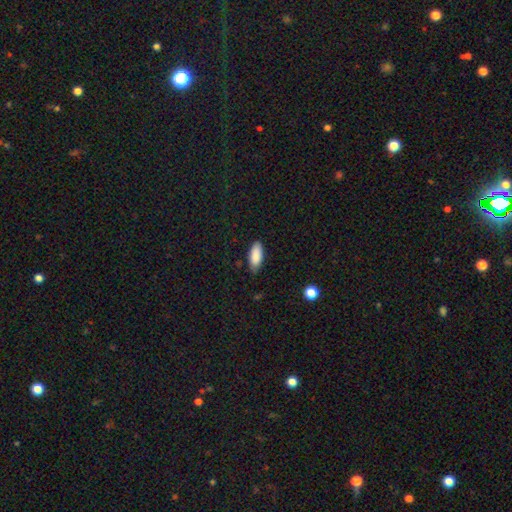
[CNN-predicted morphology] The model was most divided on "merging": none: 80%, minor disturbance: 16%, major disturbance: 2%, merger: 1%. More confident: smooth or featured — smooth (88%); how rounded — in between (81%).